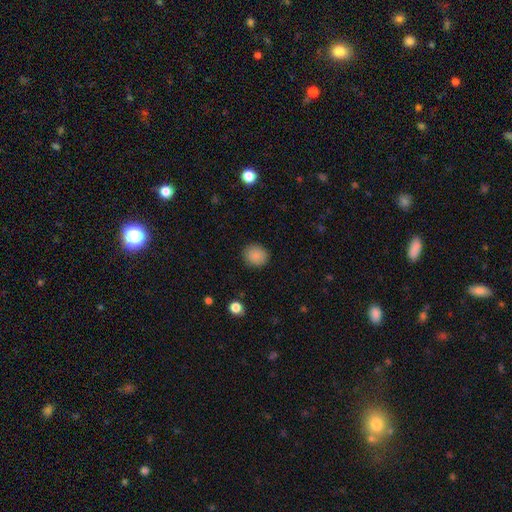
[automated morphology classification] Overall: smooth (87%). How rounded: round (78%). Merging: none (88%).